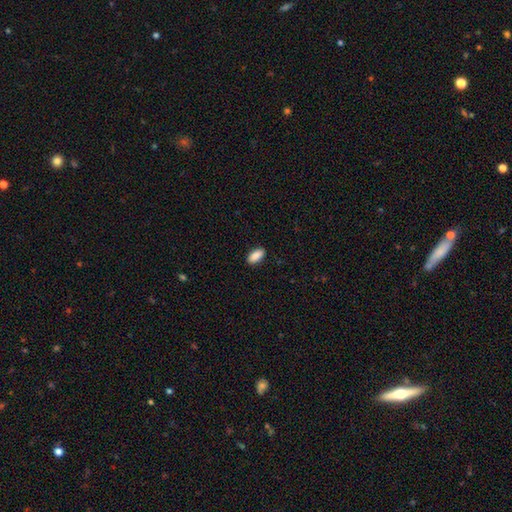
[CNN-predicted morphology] This is clearly a smooth galaxy (89%). How rounded: clearly in between (90%). Merging: clearly none (89%).